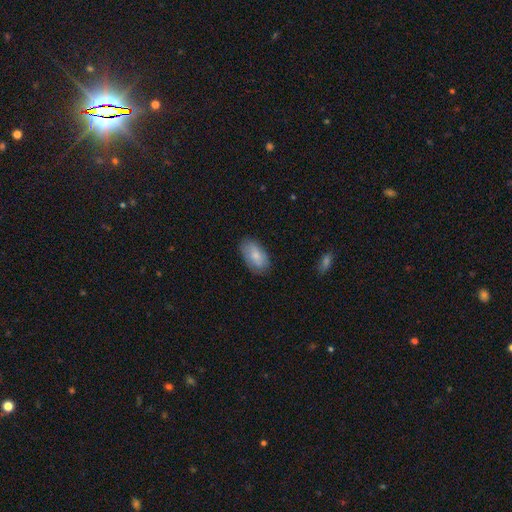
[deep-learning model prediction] smooth_or_featured: smooth (p=0.70) [alt: featured or disk p=0.23]
how_rounded: in between (p=0.93) [alt: round p=0.05]
merging: none (p=0.78) [alt: minor disturbance p=0.17]